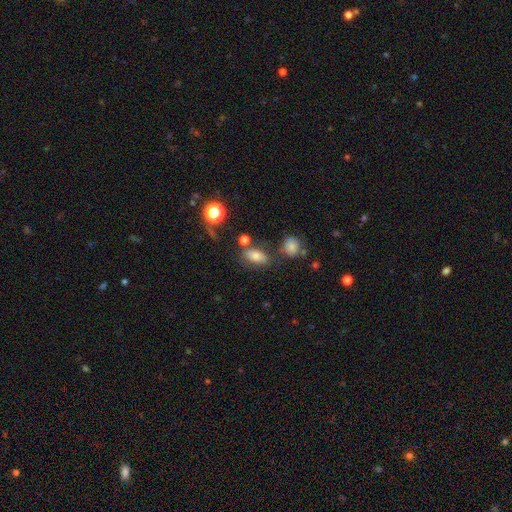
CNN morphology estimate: smooth-or-featured: smooth: 75% | star or artifact: 13% | featured or disk: 12%
  how-rounded: in between: 85% | round: 10% | cigar-shaped: 5%
  merging: none: 66% | minor disturbance: 16% | merger: 11% | major disturbance: 7%